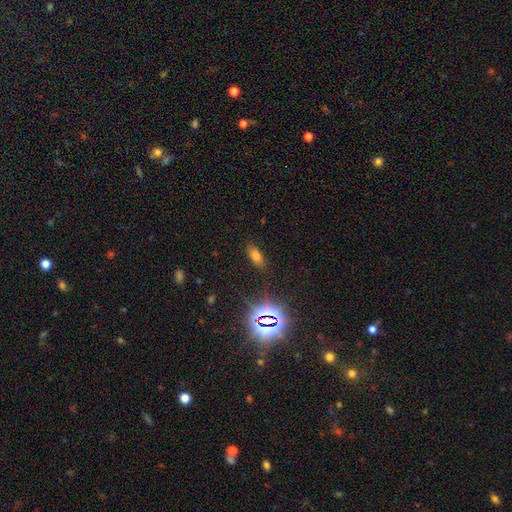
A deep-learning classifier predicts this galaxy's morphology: Smooth or featured: smooth — 66% (star or artifact — 25%)
How rounded: in between — 81% (cigar-shaped — 14%)
Merging: none — 84% (minor disturbance — 10%)